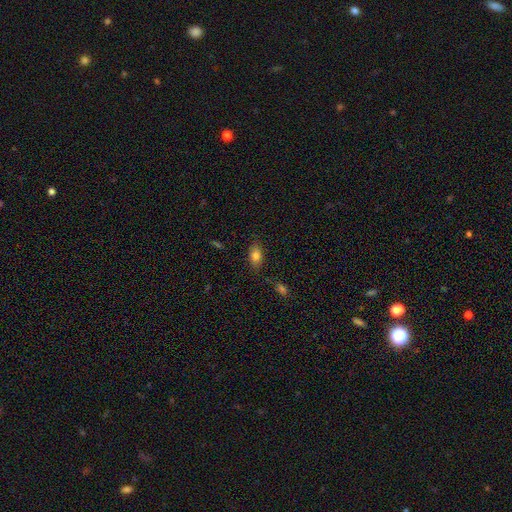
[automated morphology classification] The model was most divided on "merging": none: 80%, minor disturbance: 14%, major disturbance: 3%, merger: 2%. More confident: how rounded — in between (85%); smooth or featured — smooth (80%).